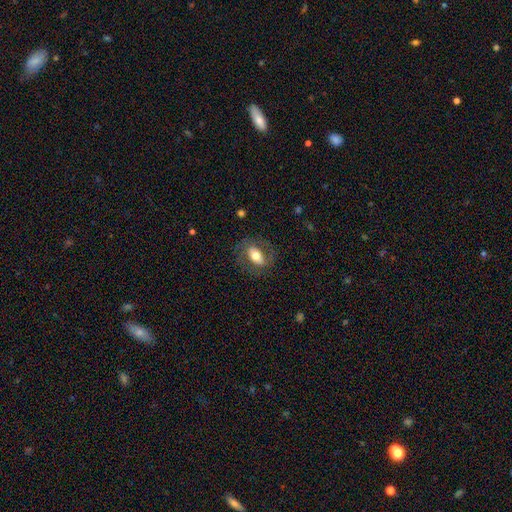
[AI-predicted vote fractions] This appears to be a smooth galaxy with no disk features (54%) that is in between round and cigar-shaped (83%). Merging: none (74%).